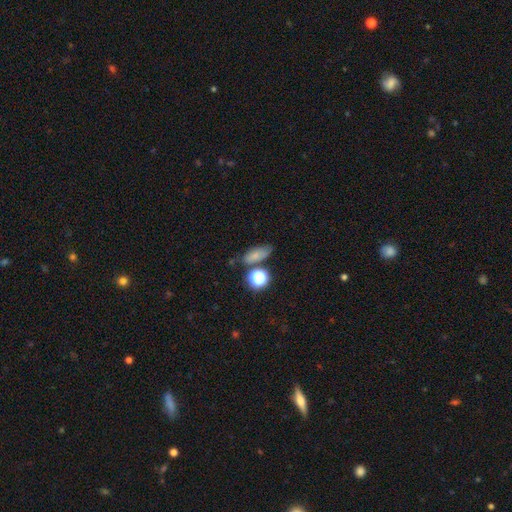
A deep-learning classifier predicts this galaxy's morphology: This appears to be a smooth galaxy with no disk features (69%) that is in between round and cigar-shaped (69%). Merging: none (63%).